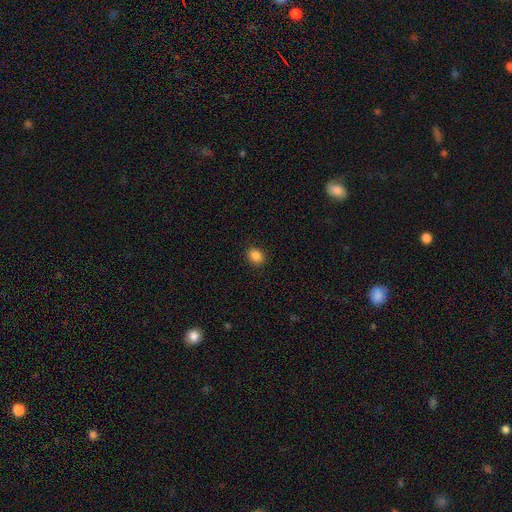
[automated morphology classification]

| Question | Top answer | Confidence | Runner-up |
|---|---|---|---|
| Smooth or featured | smooth | 87% | star or artifact (10%) |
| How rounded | in between | 51% | round (48%) |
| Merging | none | 90% | minor disturbance (7%) |